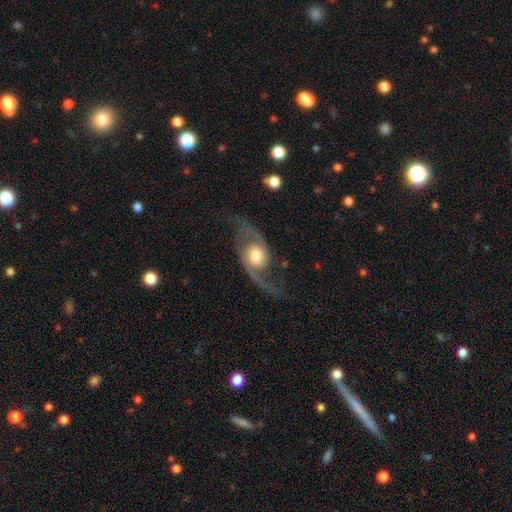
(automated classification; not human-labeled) Morphology: type=featured or disk (87%); edge-on=no (95%); bar=no (68%); spiral arms=yes (96%); winding=loose (61%); arm count=2 (92%); bulge=moderate (53%); merging=none (66%).